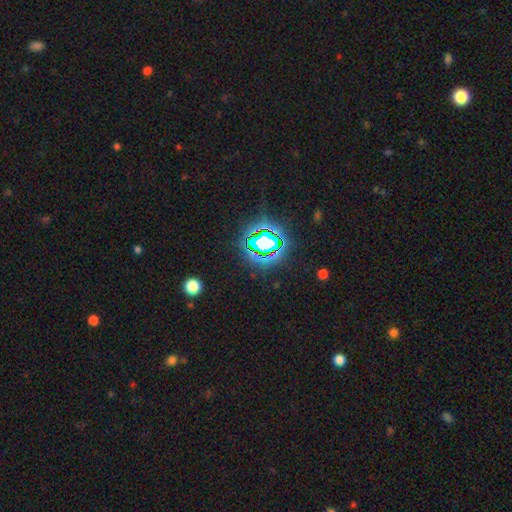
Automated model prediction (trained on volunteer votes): Morphology: type=star or artifact (84%).